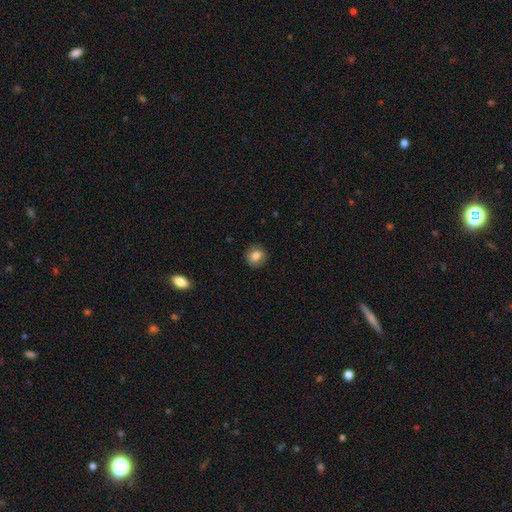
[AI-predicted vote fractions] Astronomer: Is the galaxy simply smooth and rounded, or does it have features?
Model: smooth — 80%.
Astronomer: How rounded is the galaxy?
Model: round — 83%.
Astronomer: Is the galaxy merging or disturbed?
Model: none — 88%.